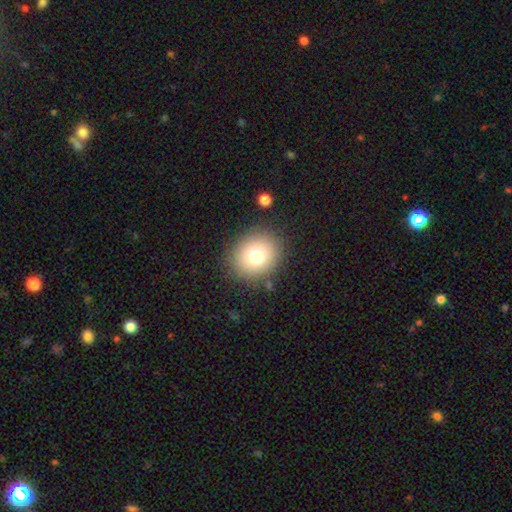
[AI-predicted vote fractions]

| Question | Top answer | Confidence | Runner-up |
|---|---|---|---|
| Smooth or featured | smooth | 76% | star or artifact (12%) |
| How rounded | round | 77% | in between (22%) |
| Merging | none | 85% | minor disturbance (9%) |